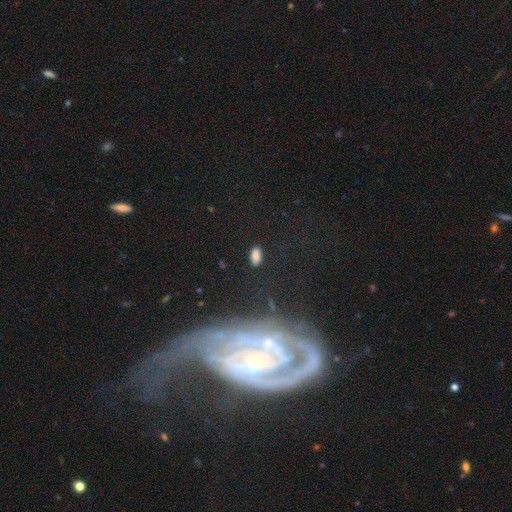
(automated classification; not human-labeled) The model was most divided on "smooth or featured": smooth: 82%, star or artifact: 13%, featured or disk: 5%. More confident: how rounded — in between (91%); merging — none (85%).